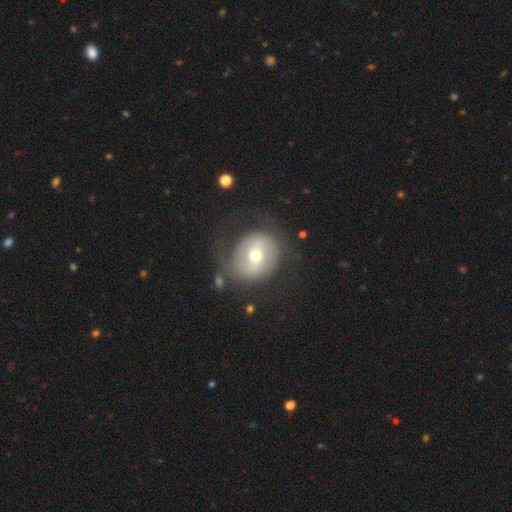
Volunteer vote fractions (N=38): smooth-or-featured: smooth: 47% (tied) | featured or disk: 47% (tied) | star or artifact: 5%
  how-rounded: round: 83% | in between: 17% | cigar-shaped: 0%
  merging: none: 56% | major disturbance: 36% | minor disturbance: 6% | merger: 3%